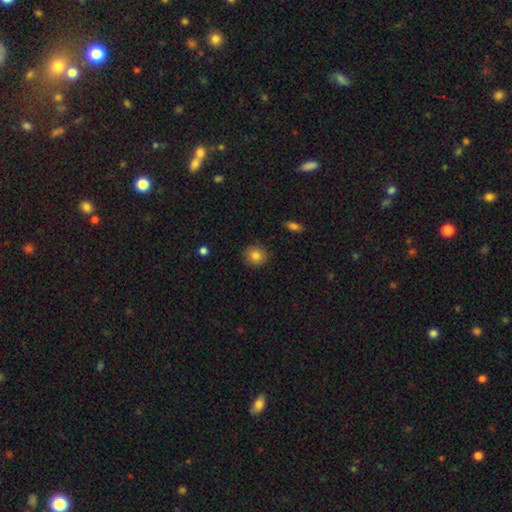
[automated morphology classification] Smooth or featured?
  - smooth: 83% *
  - star or artifact: 10%
  - featured or disk: 7%
How rounded?
  - round: 89% *
  - in between: 10%
  - cigar-shaped: 1%
Merging?
  - none: 89% *
  - minor disturbance: 7%
  - major disturbance: 2%
  - merger: 1%